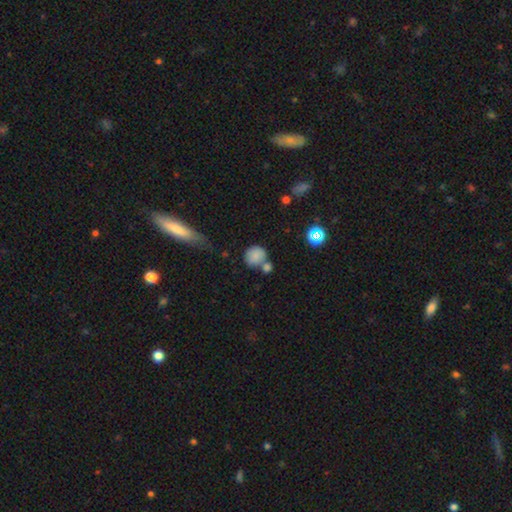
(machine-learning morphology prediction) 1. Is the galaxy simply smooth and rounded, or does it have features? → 81% smooth, 10% star or artifact, 9% featured or disk.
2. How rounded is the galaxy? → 83% round, 16% in between, 1% cigar-shaped.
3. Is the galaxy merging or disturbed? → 51% none, 30% merger, 13% minor disturbance, 5% major disturbance.